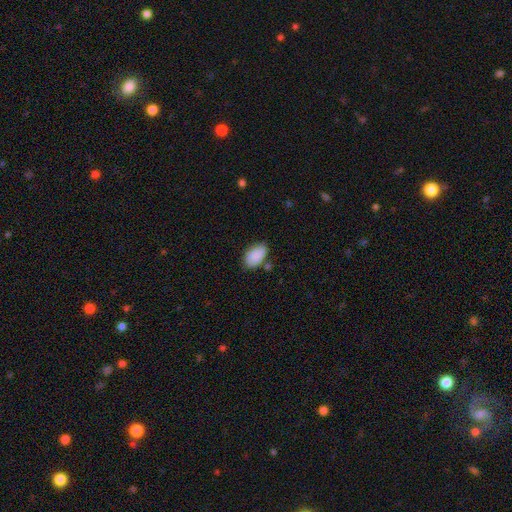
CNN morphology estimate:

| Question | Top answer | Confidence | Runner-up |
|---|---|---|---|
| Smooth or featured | smooth | 86% | featured or disk (8%) |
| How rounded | in between | 92% | round (6%) |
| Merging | none | 63% | minor disturbance (24%) |